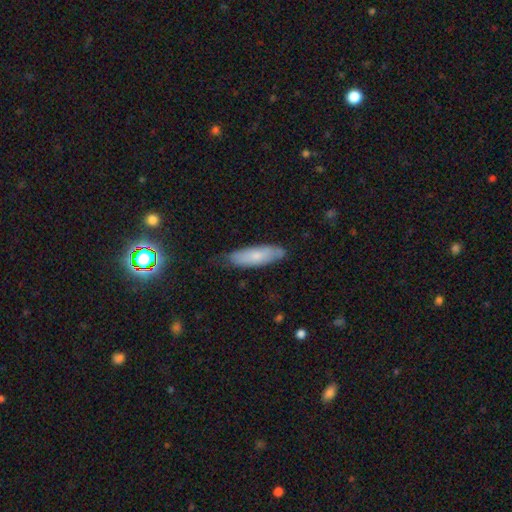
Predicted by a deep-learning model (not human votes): Smooth or featured? smooth (69%)
How rounded? cigar-shaped (52%)
Merging? none (70%)